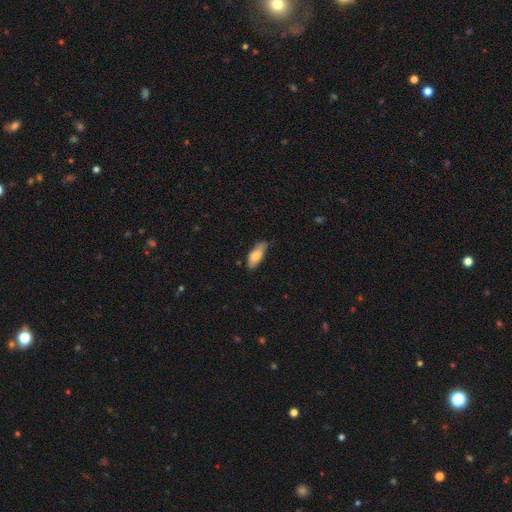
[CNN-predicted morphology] Smooth or featured? Predicted: smooth (p=0.73). How rounded? Predicted: in between (p=0.77). Merging? Predicted: none (p=0.63).